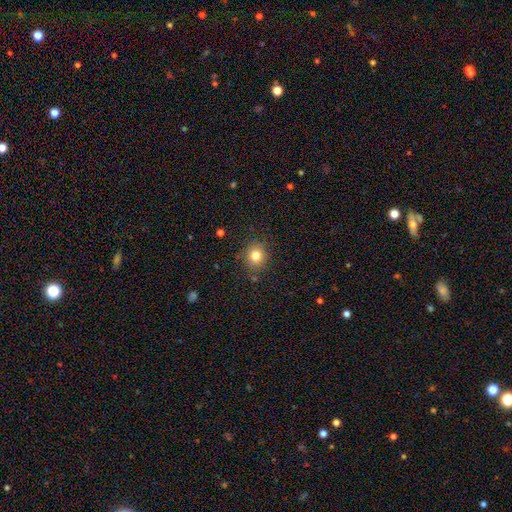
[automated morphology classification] This appears to be a smooth galaxy with no disk features (80%) that is round (80%). Merging: none (86%).